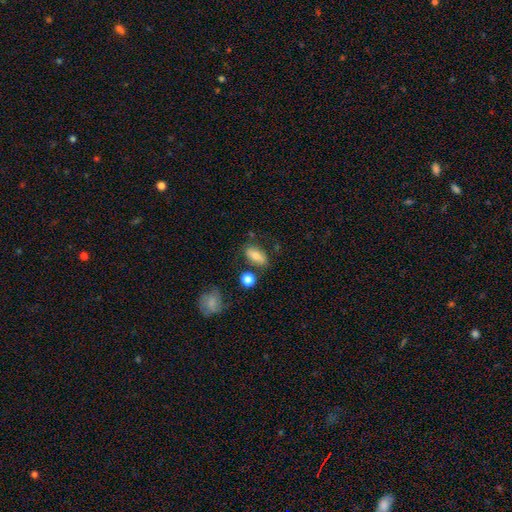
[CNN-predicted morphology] smooth 70%, featured or disk 21%, star or artifact 9%. Down the decision tree: how rounded — in between (83%); merging — none (71%).